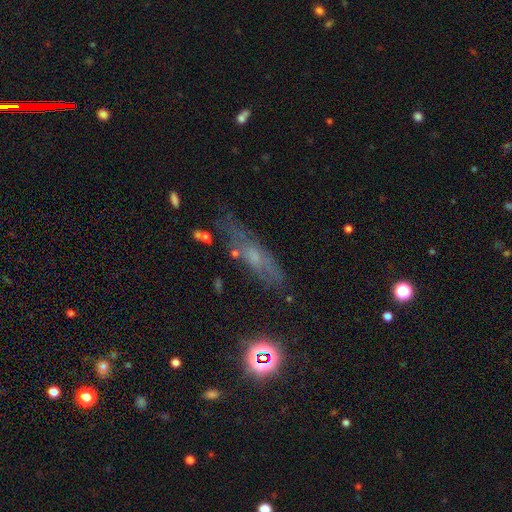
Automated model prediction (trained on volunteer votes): This appears to be a smooth galaxy with no disk features (42%, tied with featured or disk). Merging: none (61%).